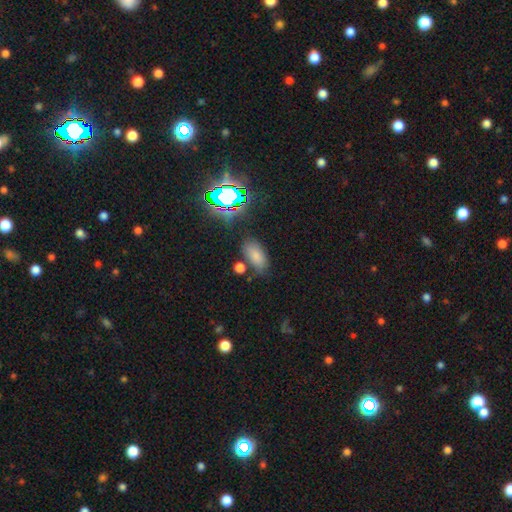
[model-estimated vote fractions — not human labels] Overall: smooth (71%). How rounded: in between (91%). Merging: none (71%).